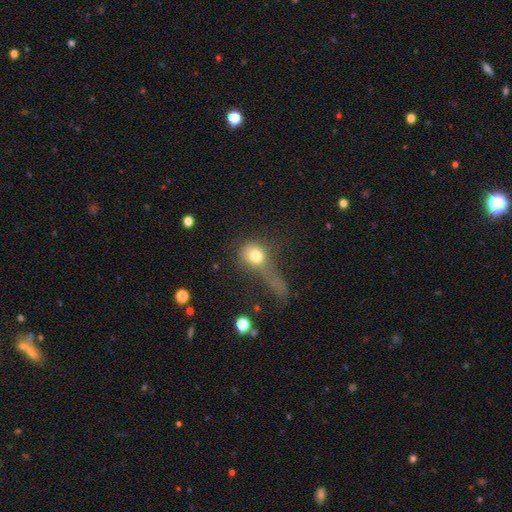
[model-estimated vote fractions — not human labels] smooth 73%, featured or disk 16%, star or artifact 11%. Down the decision tree: how rounded — round (63%); merging — major disturbance (53%).